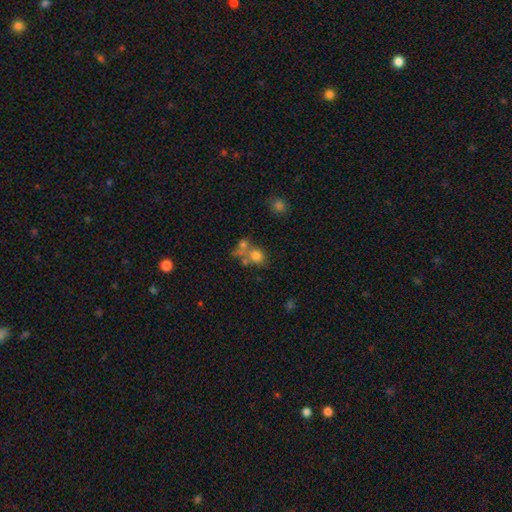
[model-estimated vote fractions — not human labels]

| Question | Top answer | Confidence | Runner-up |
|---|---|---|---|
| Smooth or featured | smooth | 71% | featured or disk (16%) |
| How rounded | round | 69% | in between (30%) |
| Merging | merger | 43% | none (38%) |